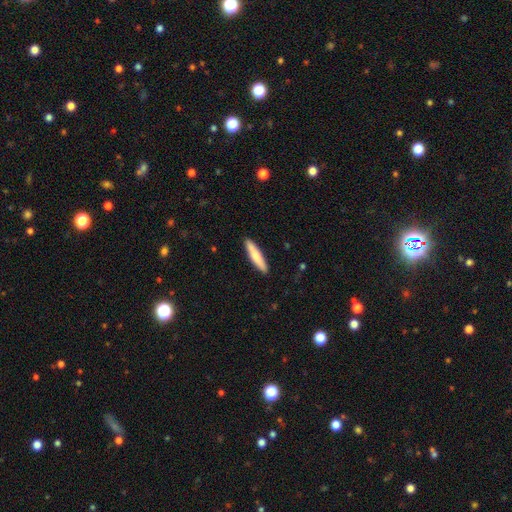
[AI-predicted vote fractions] smooth 74%, featured or disk 20%, star or artifact 5%. Down the decision tree: how rounded — cigar-shaped (88%); merging — none (90%).